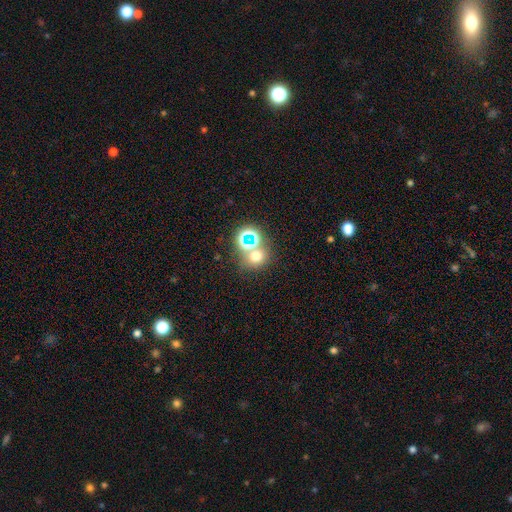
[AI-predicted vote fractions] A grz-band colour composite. It shows a smooth galaxy with no disk features (59%) that is round (77%). Merging: none (57%).